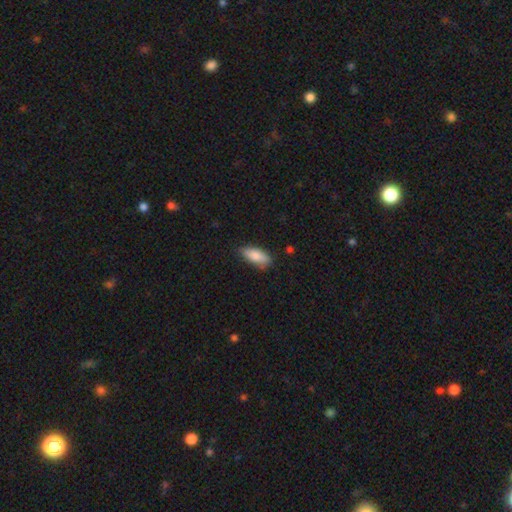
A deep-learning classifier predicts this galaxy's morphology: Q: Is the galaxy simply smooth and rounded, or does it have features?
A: smooth — 85%.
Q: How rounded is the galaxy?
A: in between — 80%.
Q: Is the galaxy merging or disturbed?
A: none — 77%.